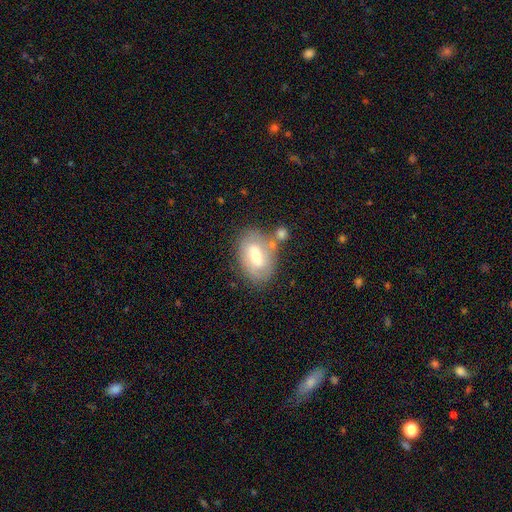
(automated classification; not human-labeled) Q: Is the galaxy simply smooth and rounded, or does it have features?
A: featured or disk — 47%.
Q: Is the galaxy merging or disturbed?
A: none — 62%.